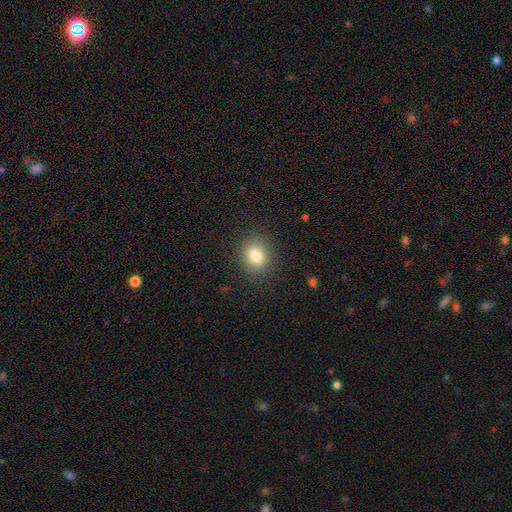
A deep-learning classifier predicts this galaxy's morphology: This is clearly a smooth galaxy (81%). How rounded: likely round (64%). Merging: clearly none (87%).